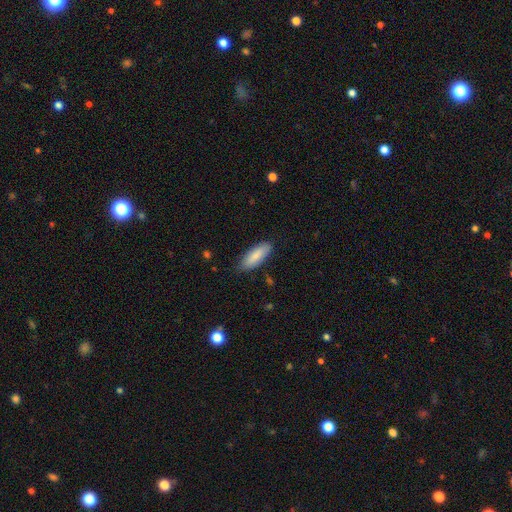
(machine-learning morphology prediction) This appears to be a smooth galaxy with no disk features (83%) that is in between round and cigar-shaped (69%). Merging: none (81%).